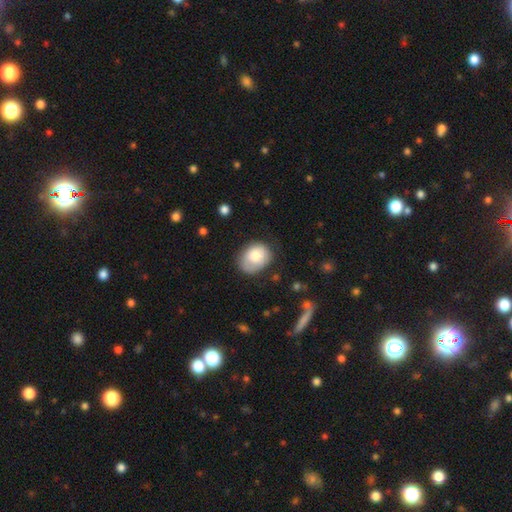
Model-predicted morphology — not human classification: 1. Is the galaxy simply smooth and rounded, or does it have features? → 77% smooth, 16% featured or disk, 7% star or artifact.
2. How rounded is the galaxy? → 59% in between, 40% round, 1% cigar-shaped.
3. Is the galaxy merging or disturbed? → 66% none, 25% minor disturbance, 7% major disturbance, 2% merger.